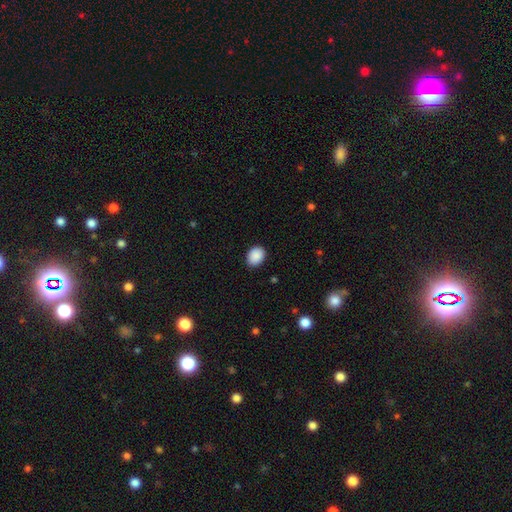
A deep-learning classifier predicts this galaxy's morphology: Smooth or featured? Predicted: smooth (p=0.90). How rounded? Predicted: in between (p=0.64). Merging? Predicted: none (p=0.88).